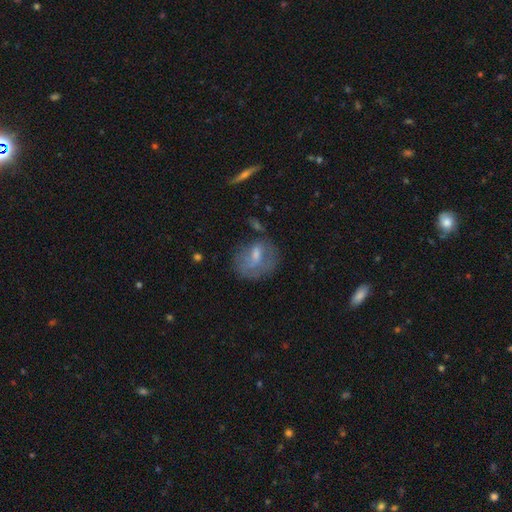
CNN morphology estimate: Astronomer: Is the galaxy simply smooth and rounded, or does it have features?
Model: smooth — 47% (runner-up: featured or disk, 42%).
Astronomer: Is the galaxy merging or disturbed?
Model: none — 49% (runner-up: minor disturbance, 25%).